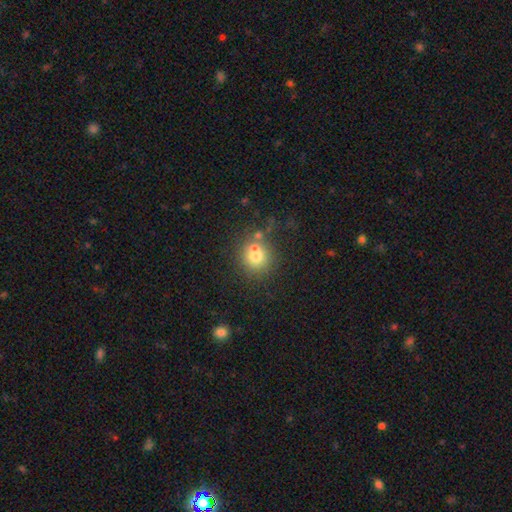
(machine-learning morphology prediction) Smooth or featured?
  - smooth: 72% *
  - featured or disk: 15%
  - star or artifact: 13%
How rounded?
  - round: 87% *
  - in between: 12%
  - cigar-shaped: 1%
Merging?
  - none: 57% *
  - merger: 26%
  - minor disturbance: 12%
  - major disturbance: 5%